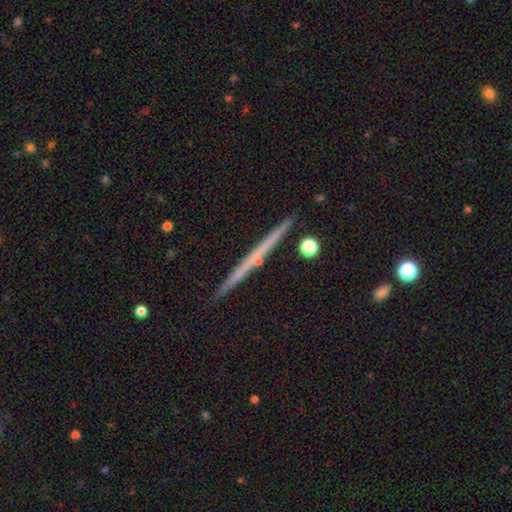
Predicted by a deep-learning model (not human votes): Q: Smooth or featured?
A: featured or disk (64%); runner-up: smooth (27%)
Q: Edge-on disk?
A: yes (98%); runner-up: no (2%)
Q: Edge-on bulge?
A: none (67%); runner-up: rounded (28%)
Q: Merging?
A: none (91%); runner-up: minor disturbance (6%)